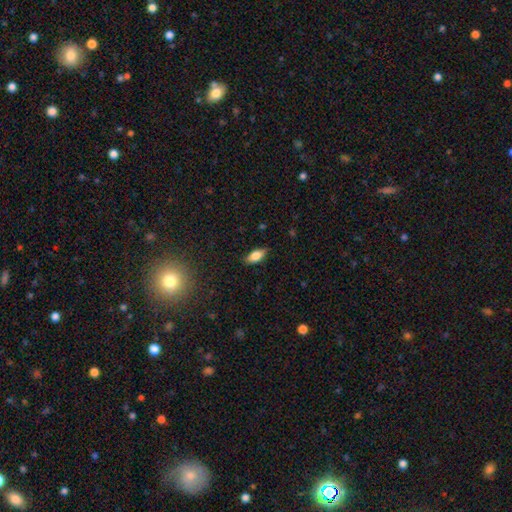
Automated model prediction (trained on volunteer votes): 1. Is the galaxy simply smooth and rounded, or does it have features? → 77% smooth, 16% featured or disk, 8% star or artifact.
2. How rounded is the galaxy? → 84% in between, 13% cigar-shaped, 3% round.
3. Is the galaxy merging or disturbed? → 84% none, 12% minor disturbance, 2% major disturbance, 1% merger.